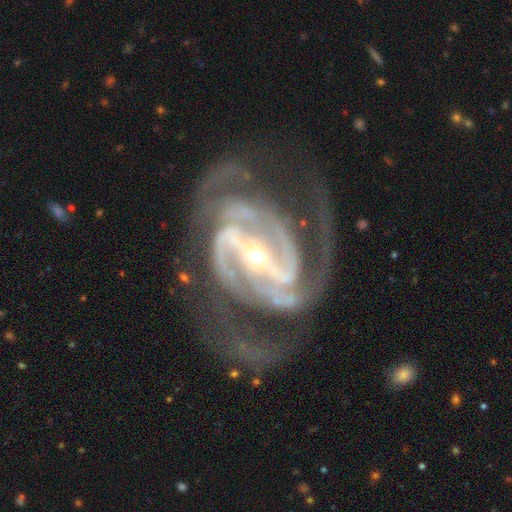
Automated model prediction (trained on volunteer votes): smooth_or_featured: featured or disk (p=0.93) [alt: star or artifact p=0.04]
disk_edge_on: no (p=0.97) [alt: yes p=0.03]
bar: strong (p=0.69) [alt: weak p=0.22]
has_spiral_arms: yes (p=0.98) [alt: no p=0.02]
spiral_winding: medium (p=0.48) [alt: tight p=0.43]
spiral_arm_count: 2 (p=0.38) [alt: 3 p=0.31]
bulge_size: small (p=0.68) [alt: moderate p=0.29]
merging: none (p=0.60) [alt: major disturbance p=0.21]